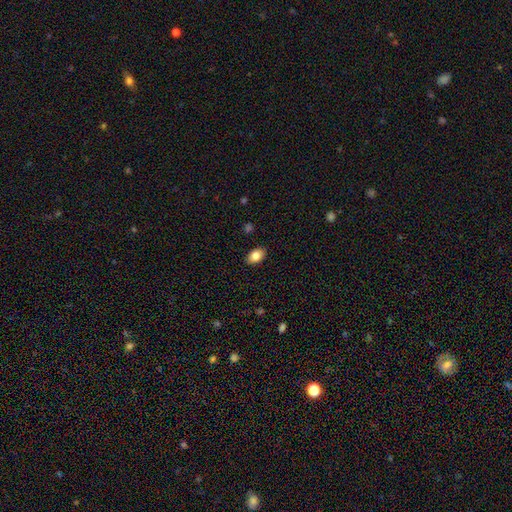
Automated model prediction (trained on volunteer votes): smooth-or-featured: smooth: 83% | featured or disk: 9% | star or artifact: 8%
  how-rounded: in between: 89% | round: 10% | cigar-shaped: 1%
  merging: none: 89% | minor disturbance: 8% | major disturbance: 2% | merger: 1%